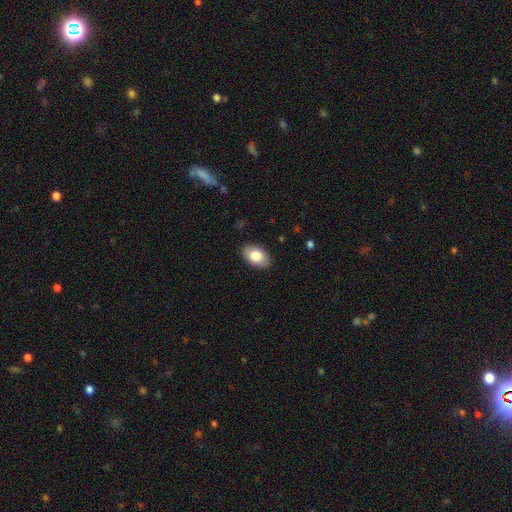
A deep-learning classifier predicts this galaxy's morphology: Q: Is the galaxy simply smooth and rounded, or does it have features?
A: smooth — 82%.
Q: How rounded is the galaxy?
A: in between — 91%.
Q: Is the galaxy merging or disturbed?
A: none — 88%.